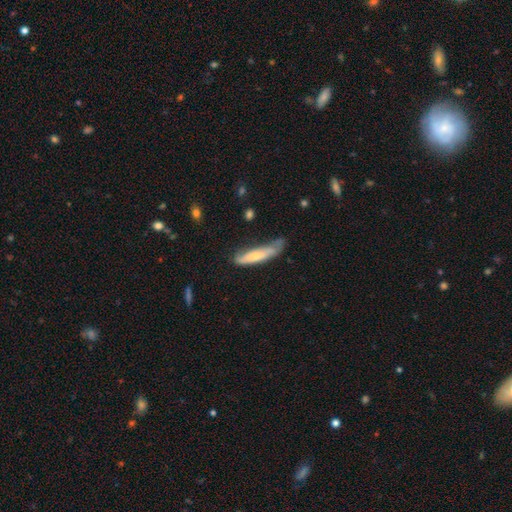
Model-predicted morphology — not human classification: Q: Smooth or featured?
A: smooth (63%); runner-up: featured or disk (31%)
Q: How rounded?
A: cigar-shaped (83%); runner-up: in between (16%)
Q: Merging?
A: none (48%); runner-up: minor disturbance (35%)